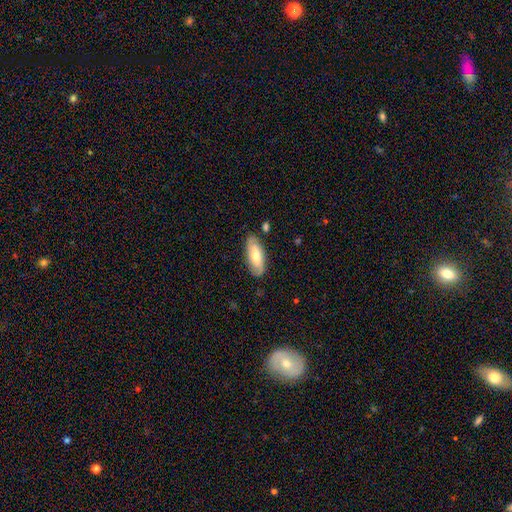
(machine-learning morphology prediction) smooth 65%, featured or disk 29%, star or artifact 6%. Down the decision tree: how rounded — in between (79%); merging — none (82%).